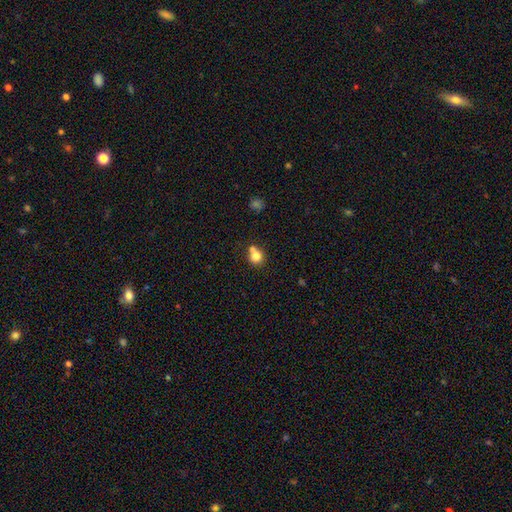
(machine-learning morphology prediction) smooth-or-featured: smooth: 79% | star or artifact: 11% | featured or disk: 10%
  how-rounded: round: 86% | in between: 13% | cigar-shaped: 1%
  merging: none: 51% | merger: 38% | minor disturbance: 8% | major disturbance: 3%